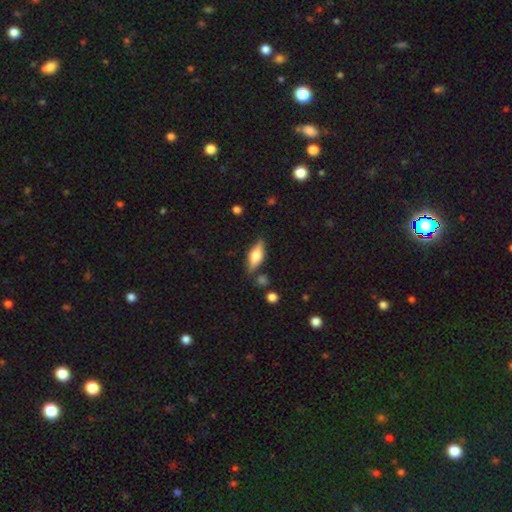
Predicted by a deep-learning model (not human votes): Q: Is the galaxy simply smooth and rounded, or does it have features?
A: smooth — 47%.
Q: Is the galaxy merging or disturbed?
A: none — 81%.